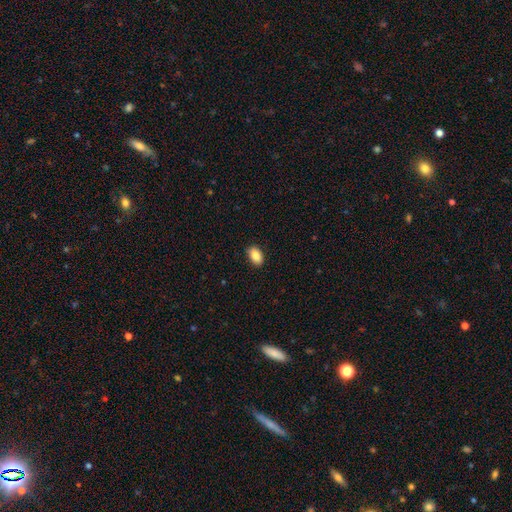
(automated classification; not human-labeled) This appears to be a smooth galaxy with no disk features (88%) that is in between round and cigar-shaped (91%). Merging: none (87%).